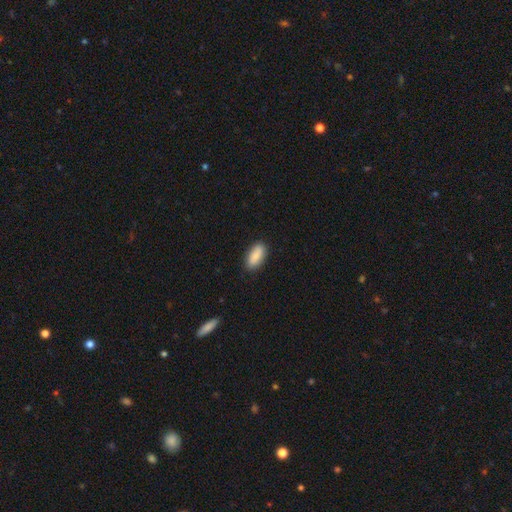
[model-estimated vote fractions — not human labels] smooth-or-featured: smooth: 87% | featured or disk: 7% | star or artifact: 6%
  how-rounded: in between: 88% | cigar-shaped: 9% | round: 2%
  merging: none: 87% | minor disturbance: 10% | major disturbance: 2% | merger: 1%